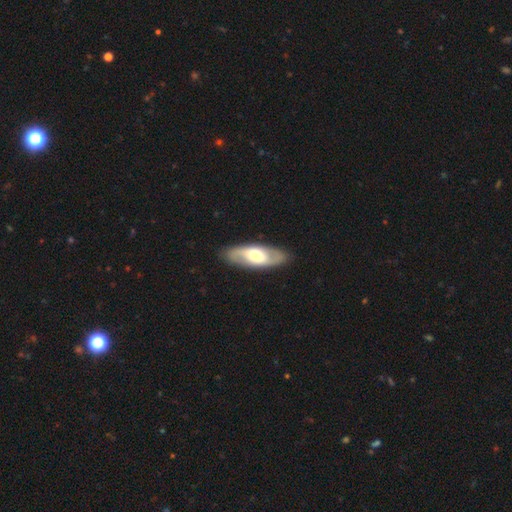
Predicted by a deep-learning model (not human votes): Smooth or featured: featured or disk — 58% (smooth — 37%)
Edge-on disk: no — 81% (yes — 19%)
Merging: none — 88% (minor disturbance — 9%)